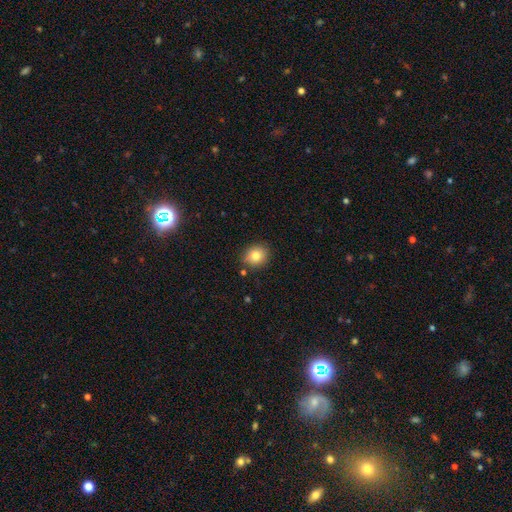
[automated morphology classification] smooth_or_featured: smooth (p=0.81) [alt: star or artifact p=0.10]
how_rounded: round (p=0.74) [alt: in between p=0.25]
merging: none (p=0.84) [alt: minor disturbance p=0.11]